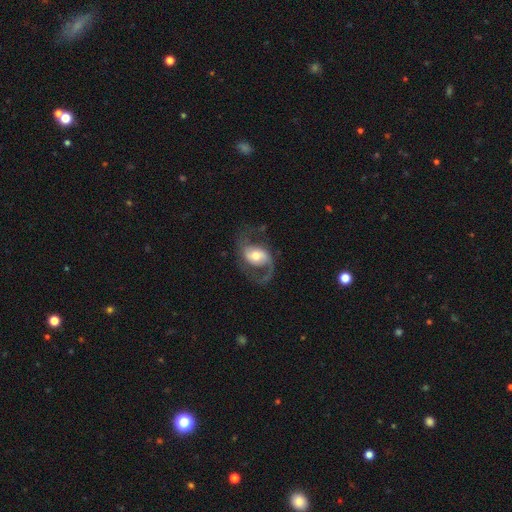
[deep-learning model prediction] Smooth or featured?
  - featured or disk: 82% *
  - smooth: 12%
  - star or artifact: 6%
Edge-on disk?
  - no: 97% *
  - yes: 3%
Bar?
  - no: 45% *
  - weak: 37%
  - strong: 18%
Spiral arms?
  - yes: 94% *
  - no: 6%
Spiral winding?
  - loose: 47% *
  - medium: 44%
  - tight: 9%
Spiral arm count?
  - 2: 84% *
  - 1: 11%
  - can't tell: 3%
  - 3: 1%
  - 4: 1%
  - more than 4: 1%
Bulge size?
  - moderate: 62% *
  - small: 19%
  - large: 15%
  - dominant: 2%
  - none: 1%
Merging?
  - none: 65% *
  - major disturbance: 18%
  - minor disturbance: 15%
  - merger: 2%